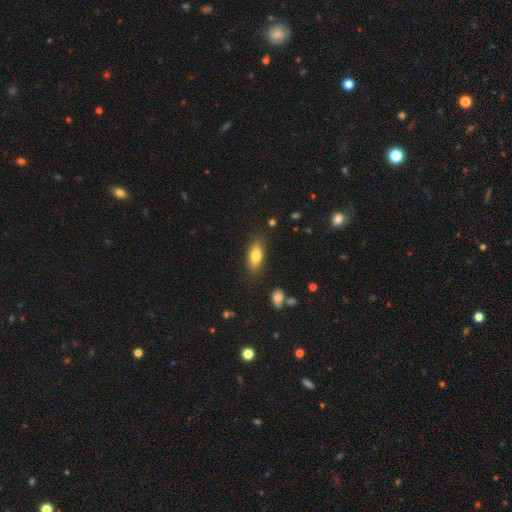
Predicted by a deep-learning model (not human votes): The model was most divided on "how rounded": in between: 80%, cigar-shaped: 16%, round: 4%. More confident: merging — none (83%); smooth or featured — smooth (79%).